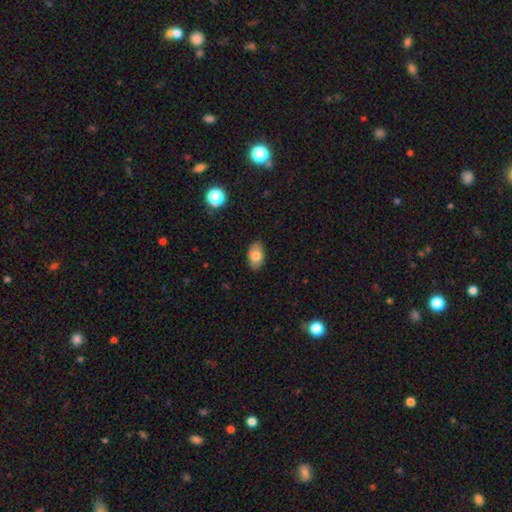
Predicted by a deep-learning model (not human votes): Smooth or featured? smooth (78%)
How rounded? in between (91%)
Merging? none (83%)